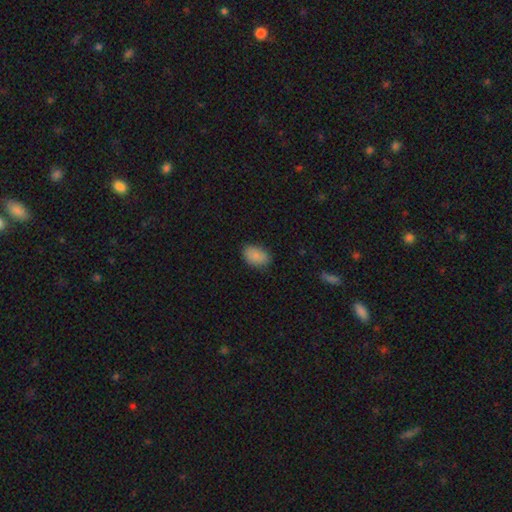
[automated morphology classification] Smooth or featured? smooth (86%)
How rounded? in between (86%)
Merging? none (83%)